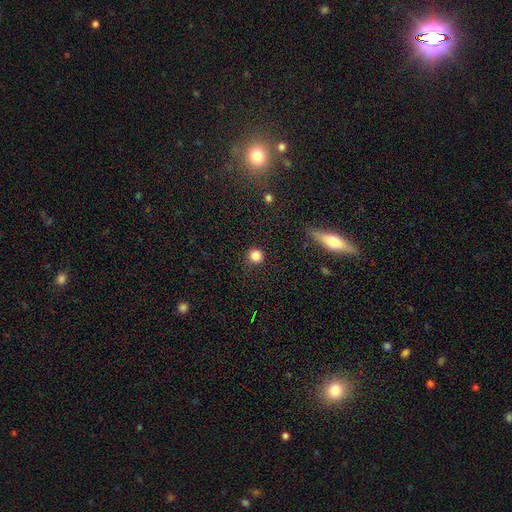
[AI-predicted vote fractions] Morphology: type=smooth (85%); roundness=round (95%); merging=none (89%).